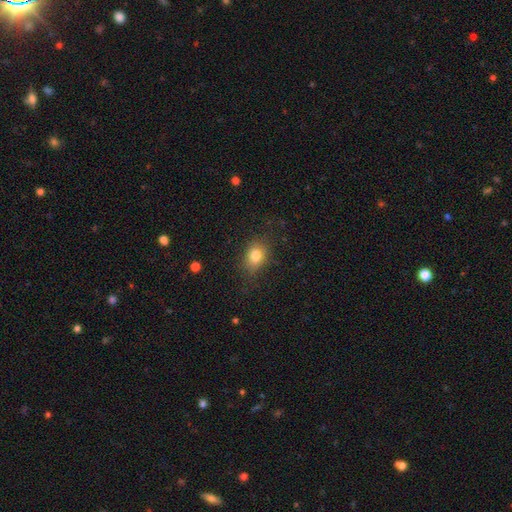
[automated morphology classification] Overall: smooth (80%). How rounded: in between (65%; round 33%). Merging: none (77%).